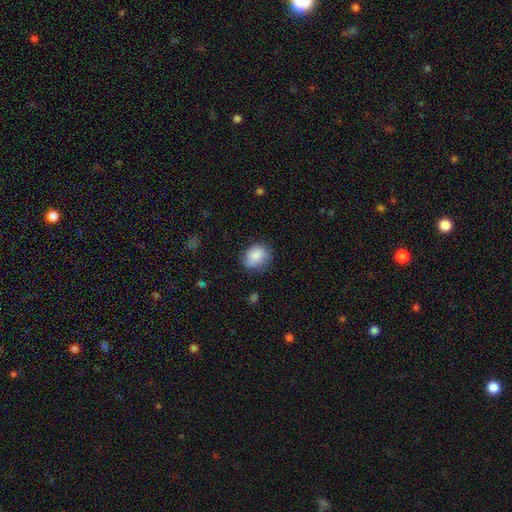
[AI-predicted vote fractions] A smooth galaxy with no disk features (86%) that is round (52%).

Vote fractions:
- Smooth or featured? smooth: 86% / star or artifact: 8% / featured or disk: 6%
- How rounded? round: 52% / in between: 47% / cigar-shaped: 1%
- Merging? none: 68% / minor disturbance: 25% / major disturbance: 6% / merger: 2%